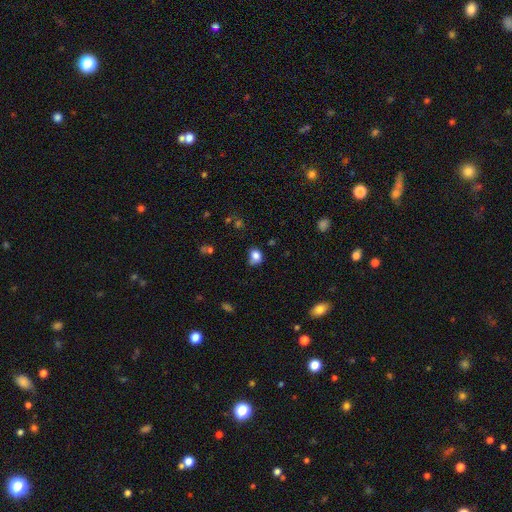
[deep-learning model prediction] This appears to be a smooth galaxy with no disk features (81%) that is round (54%). Merging: none (50%).